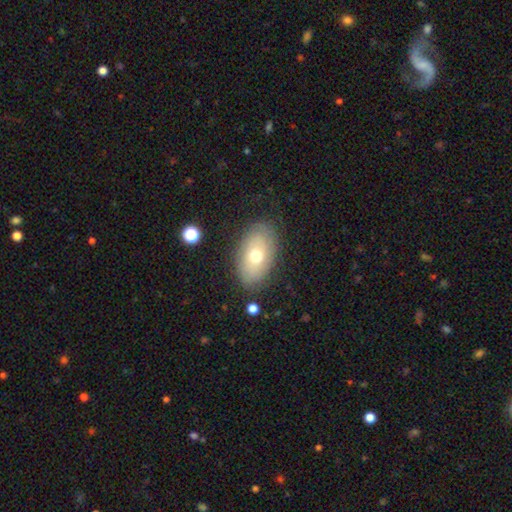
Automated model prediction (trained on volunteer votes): smooth-or-featured: smooth: 64% | featured or disk: 27% | star or artifact: 9%
  how-rounded: in between: 89% | round: 10% | cigar-shaped: 2%
  merging: none: 81% | minor disturbance: 13% | major disturbance: 5% | merger: 2%